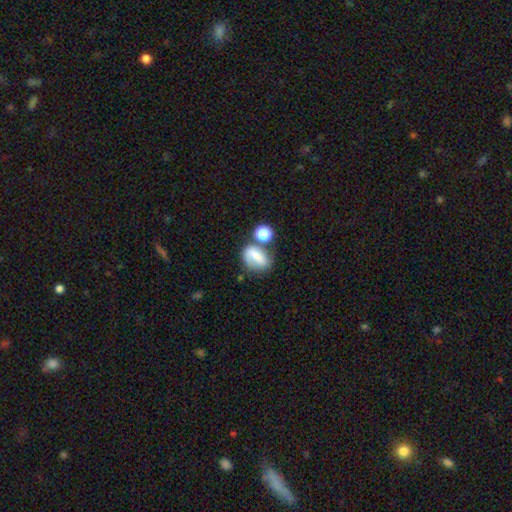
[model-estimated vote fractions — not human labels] smooth-or-featured: smooth: 56% | featured or disk: 34% | star or artifact: 11%
  how-rounded: in between: 61% | round: 36% | cigar-shaped: 3%
  merging: none: 44% | merger: 27% | minor disturbance: 19% | major disturbance: 10%